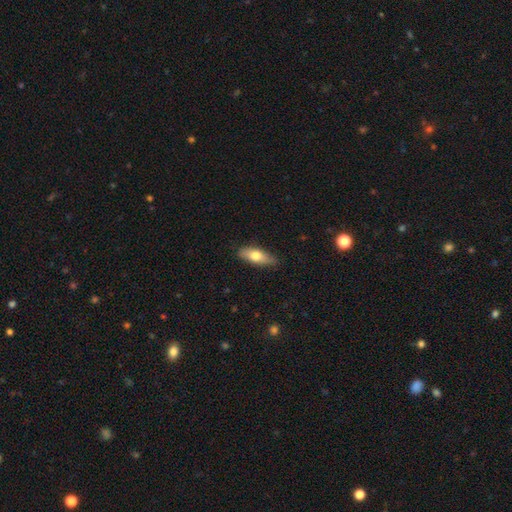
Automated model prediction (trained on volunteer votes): Smooth or featured?
  - smooth: 70% *
  - featured or disk: 23%
  - star or artifact: 6%
How rounded?
  - in between: 68% *
  - cigar-shaped: 29%
  - round: 3%
Merging?
  - none: 82% *
  - minor disturbance: 15%
  - major disturbance: 2%
  - merger: 1%